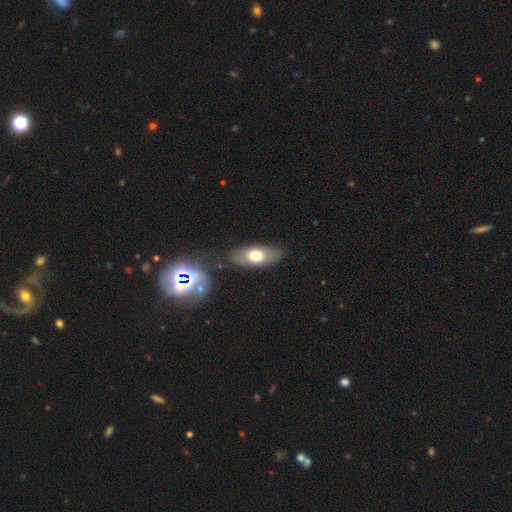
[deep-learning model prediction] Morphology: type=smooth (66%); roundness=in between (82%); merging=none (79%).